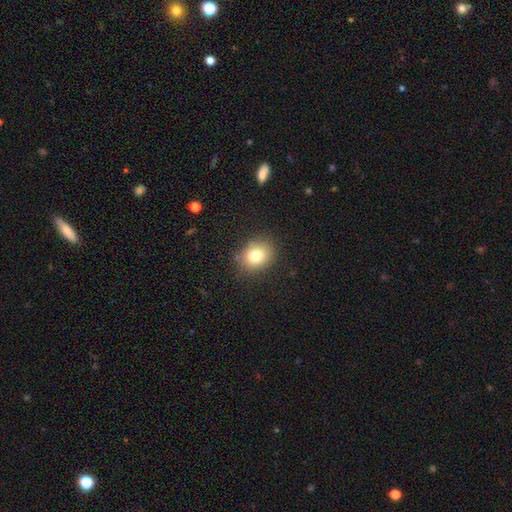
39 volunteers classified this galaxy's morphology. Smooth or featured? smooth (77%)
How rounded? round (53%)
Merging? none (91%)